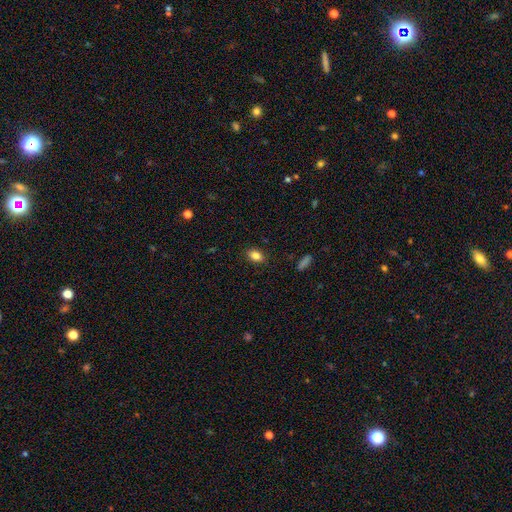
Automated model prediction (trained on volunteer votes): smooth_or_featured: smooth (p=0.83) [alt: star or artifact p=0.09]
how_rounded: in between (p=0.82) [alt: round p=0.16]
merging: none (p=0.87) [alt: minor disturbance p=0.09]